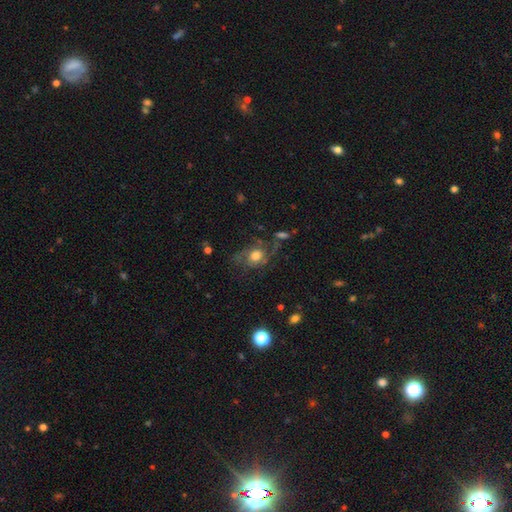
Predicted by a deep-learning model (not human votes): featured or disk 61%, smooth 29%, star or artifact 10%. Down the decision tree: edge-on disk — no (96%); bar — no (77%); spiral arms — yes (84%); bulge size — moderate (52%); merging — none (52%).